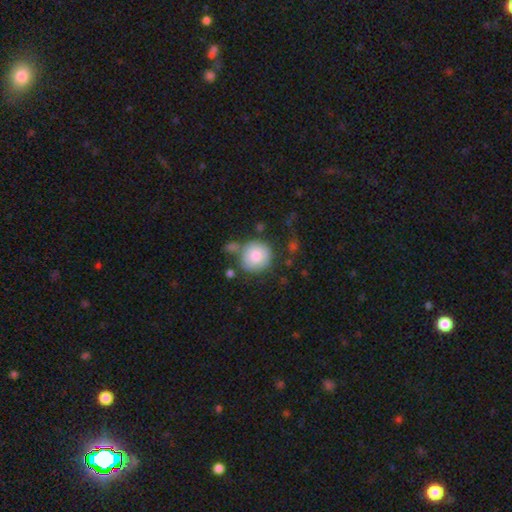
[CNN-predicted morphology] Smooth or featured?
  - smooth: 84% *
  - featured or disk: 9%
  - star or artifact: 7%
How rounded?
  - round: 90% *
  - in between: 9%
  - cigar-shaped: 1%
Merging?
  - none: 63% *
  - minor disturbance: 17%
  - merger: 13%
  - major disturbance: 7%